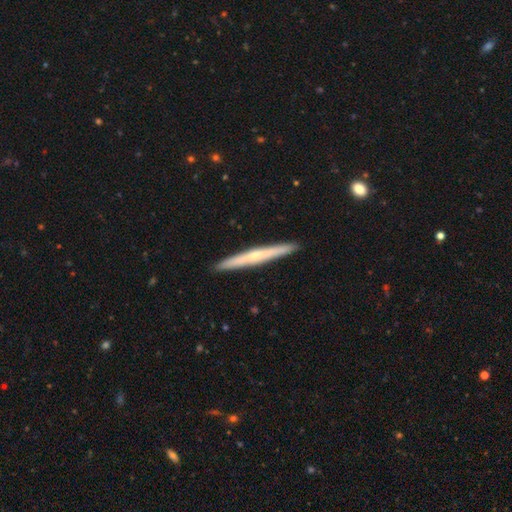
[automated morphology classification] Overall: featured or disk (54%; smooth 40%). Edge-on disk: yes (97%). Edge-on bulge: rounded (52%; none 44%). Merging: none (93%).